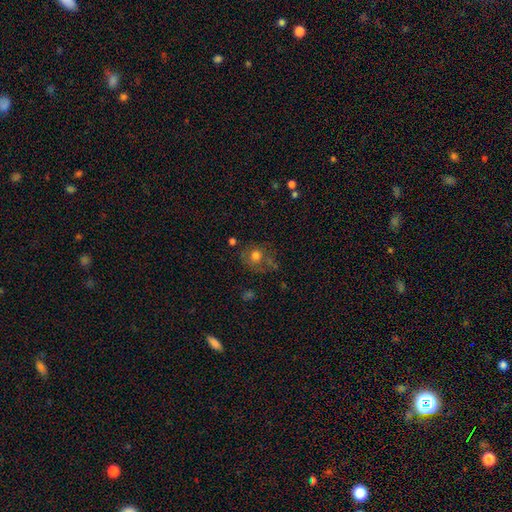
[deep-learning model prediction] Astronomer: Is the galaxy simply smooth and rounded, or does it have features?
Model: smooth — 67%.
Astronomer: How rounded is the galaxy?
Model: round — 78%.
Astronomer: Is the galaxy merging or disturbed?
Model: none — 54%.